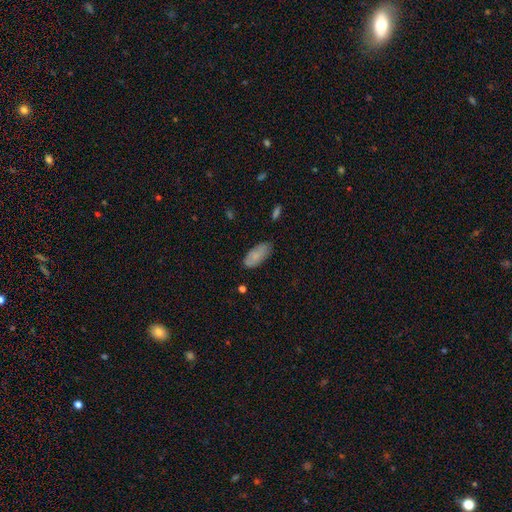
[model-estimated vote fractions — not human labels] This is clearly a smooth galaxy (82%). How rounded: clearly in between (89%). Merging: likely none (72%).